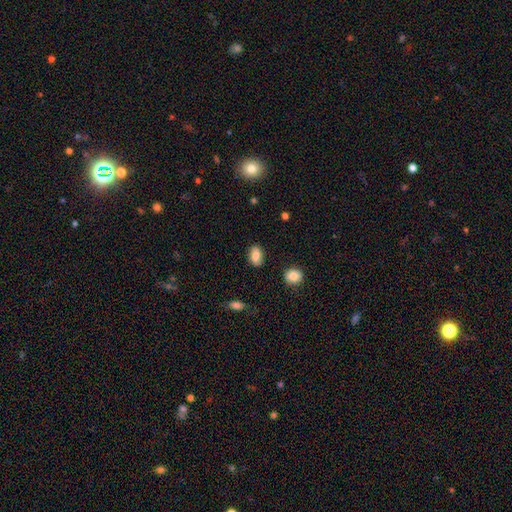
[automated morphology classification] A smooth galaxy with no disk features (81%) that is in between round and cigar-shaped (85%).

Vote fractions:
- Smooth or featured? smooth: 81% / featured or disk: 11% / star or artifact: 8%
- How rounded? in between: 85% / round: 11% / cigar-shaped: 3%
- Merging? none: 85% / minor disturbance: 11% / major disturbance: 3% / merger: 2%